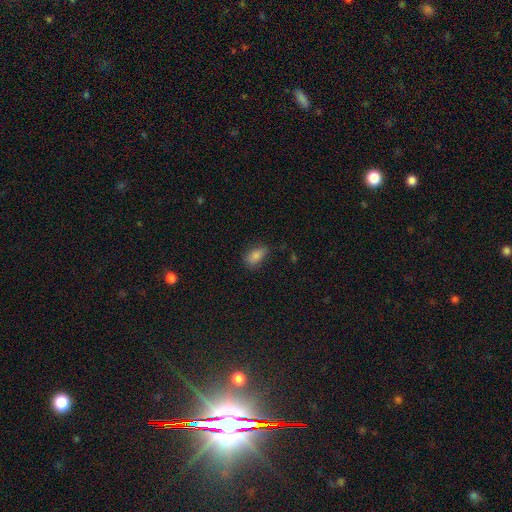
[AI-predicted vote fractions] Smooth or featured?
  - smooth: 81% *
  - star or artifact: 11%
  - featured or disk: 8%
How rounded?
  - in between: 88% *
  - round: 7%
  - cigar-shaped: 5%
Merging?
  - none: 74% *
  - minor disturbance: 20%
  - major disturbance: 4%
  - merger: 2%